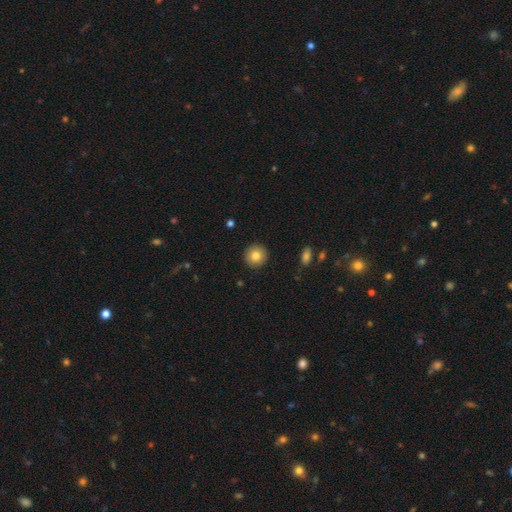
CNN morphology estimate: This is clearly a smooth galaxy (82%). How rounded: clearly round (94%). Merging: clearly none (92%).